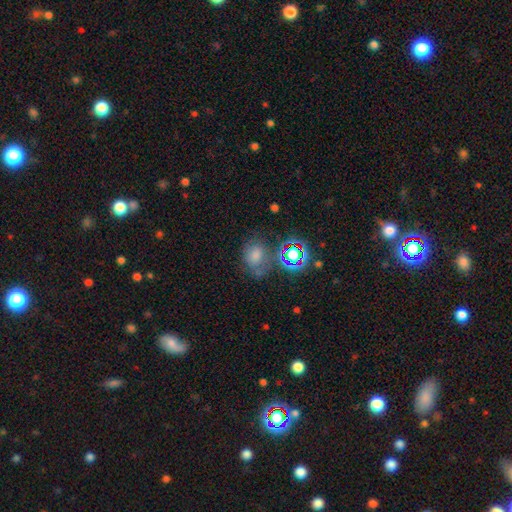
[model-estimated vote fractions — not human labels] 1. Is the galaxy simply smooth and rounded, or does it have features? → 64% smooth, 24% star or artifact, 12% featured or disk.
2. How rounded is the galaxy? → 53% in between, 45% round, 1% cigar-shaped.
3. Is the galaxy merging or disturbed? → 57% none, 22% minor disturbance, 12% major disturbance, 10% merger.